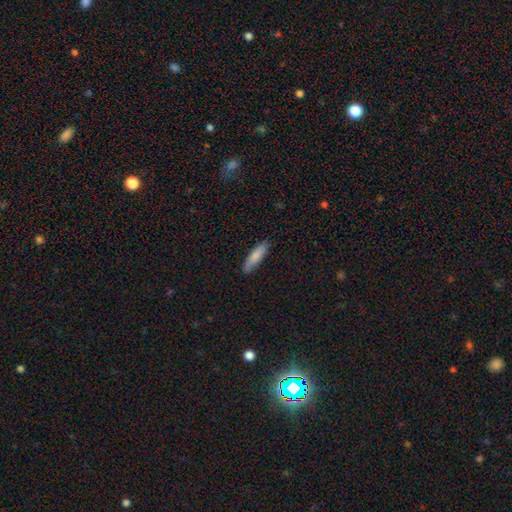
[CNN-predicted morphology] This appears to be a smooth galaxy with no disk features (80%) that is cigar-shaped (62%). Merging: none (80%).